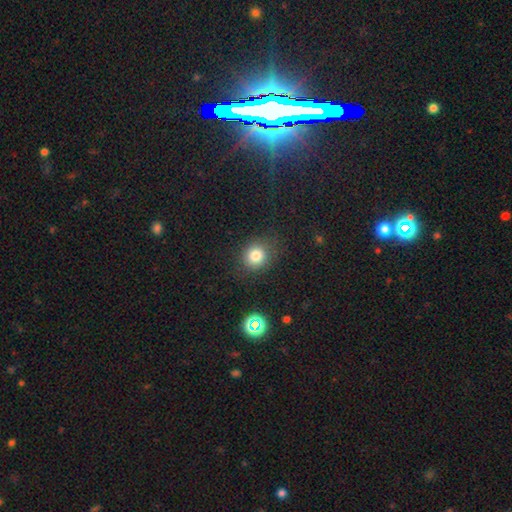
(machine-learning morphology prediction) smooth-or-featured: smooth: 80% | star or artifact: 13% | featured or disk: 6%
  how-rounded: round: 81% | in between: 18% | cigar-shaped: 1%
  merging: none: 82% | minor disturbance: 11% | major disturbance: 5% | merger: 2%